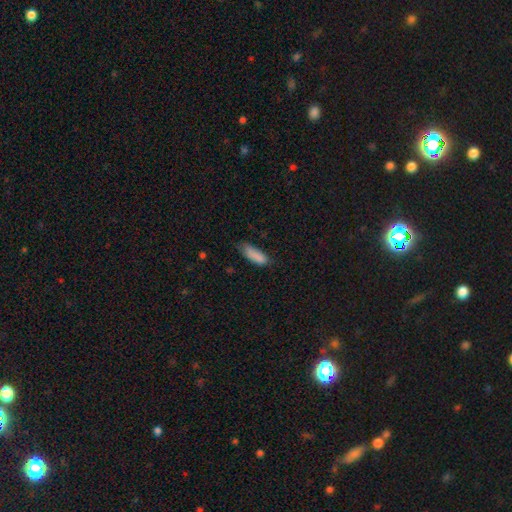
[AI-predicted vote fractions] Q: Smooth or featured?
A: smooth (86%); runner-up: star or artifact (8%)
Q: How rounded?
A: in between (66%); runner-up: cigar-shaped (32%)
Q: Merging?
A: none (53%); runner-up: minor disturbance (35%)